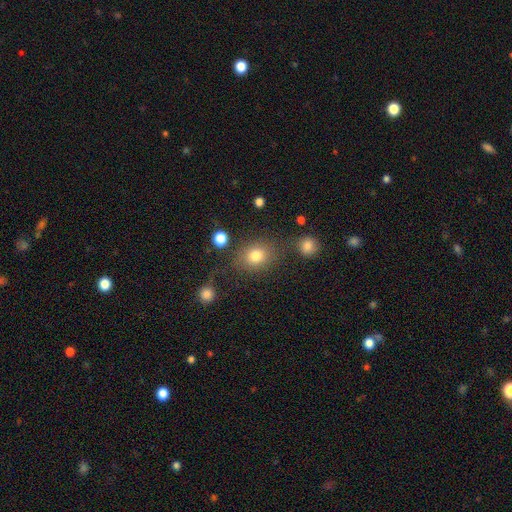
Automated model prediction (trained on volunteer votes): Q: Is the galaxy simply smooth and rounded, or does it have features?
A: smooth — 80%.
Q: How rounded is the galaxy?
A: round — 60%.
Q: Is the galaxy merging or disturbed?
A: none — 72%.